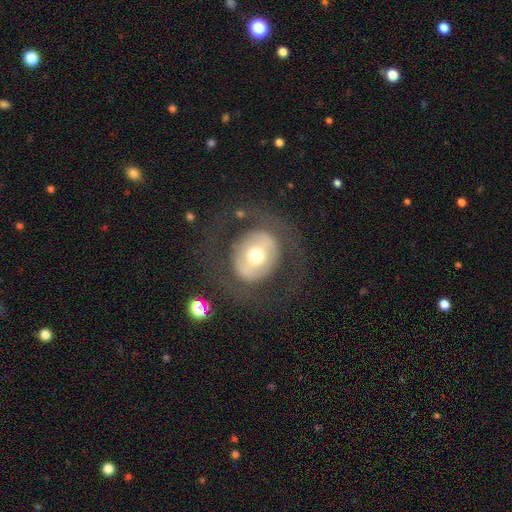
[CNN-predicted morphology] This is possibly a featured or disk galaxy (49%). Merging: likely none (74%).